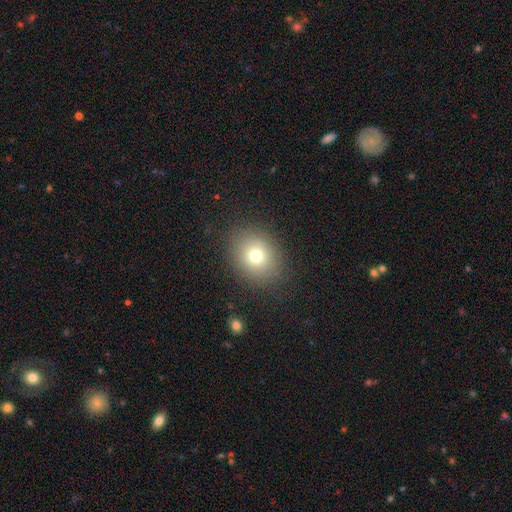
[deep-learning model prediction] smooth-or-featured: smooth: 75% | star or artifact: 14% | featured or disk: 11%
  how-rounded: round: 61% | in between: 38% | cigar-shaped: 1%
  merging: none: 86% | minor disturbance: 9% | major disturbance: 4% | merger: 1%